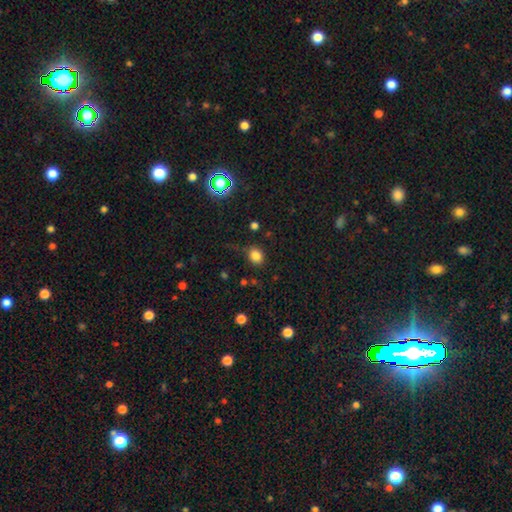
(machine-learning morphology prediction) type=smooth (82%); roundness=round (57%); merging=none (77%).